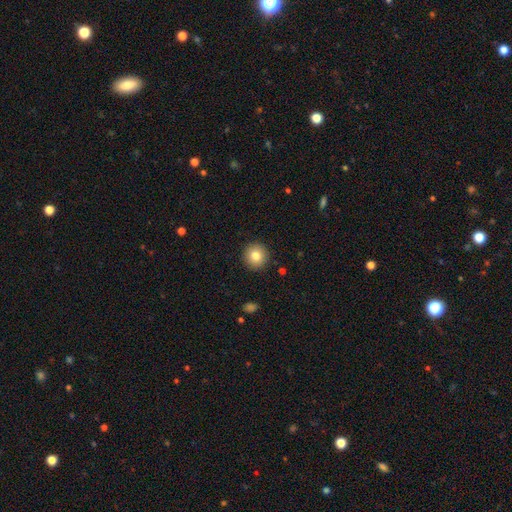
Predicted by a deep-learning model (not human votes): smooth-or-featured: smooth: 81% | star or artifact: 10% | featured or disk: 9%
  how-rounded: round: 94% | in between: 5% | cigar-shaped: 1%
  merging: none: 92% | minor disturbance: 5% | major disturbance: 2% | merger: 1%